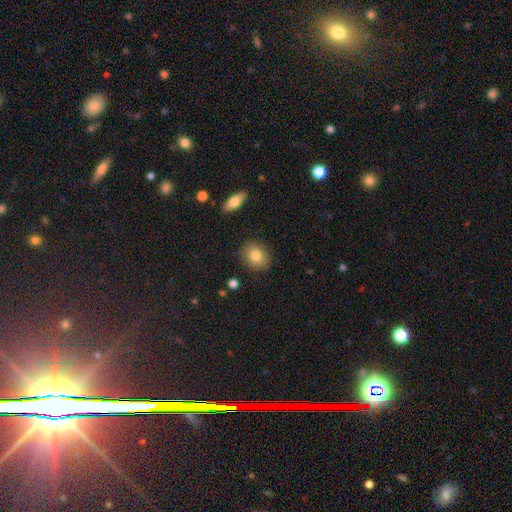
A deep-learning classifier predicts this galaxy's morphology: This appears to be a smooth galaxy with no disk features (80%) that is round (60%). Merging: none (87%).